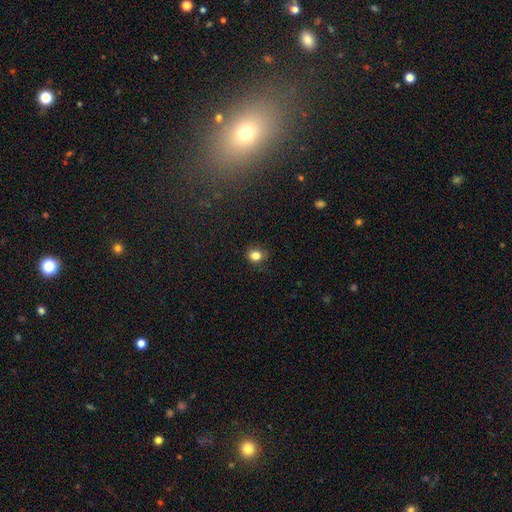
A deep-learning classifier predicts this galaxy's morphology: This appears to be a smooth galaxy with no disk features (82%) that is round (74%). Merging: none (83%).